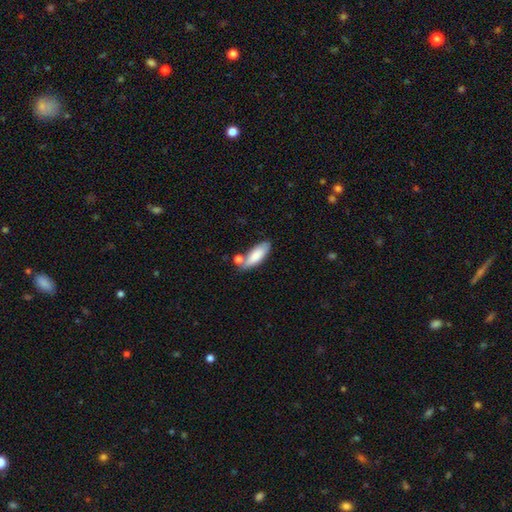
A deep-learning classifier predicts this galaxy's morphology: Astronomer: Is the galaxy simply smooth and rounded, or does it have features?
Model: smooth — 80%.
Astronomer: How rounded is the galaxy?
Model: in between — 66%.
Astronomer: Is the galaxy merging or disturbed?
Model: none — 61%.